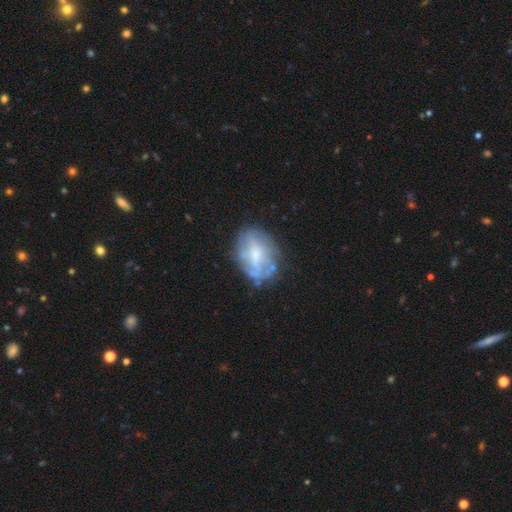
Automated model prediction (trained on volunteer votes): A featured or disk galaxy (52%).

Vote fractions:
- Smooth or featured? featured or disk: 52% / smooth: 38% / star or artifact: 9%
- Edge-on disk? no: 95% / yes: 5%
- Merging? none: 58% / minor disturbance: 24% / major disturbance: 13% / merger: 5%